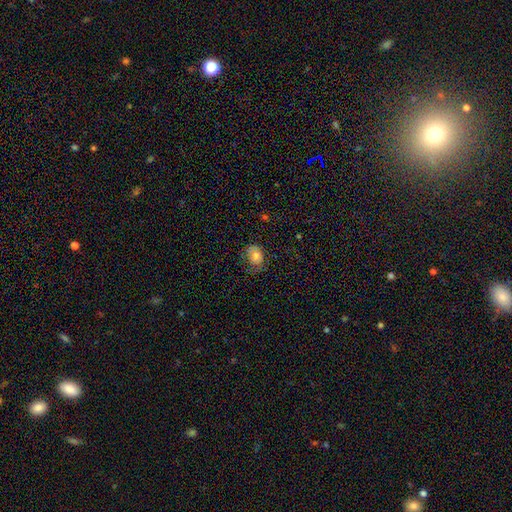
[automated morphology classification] Q: Smooth or featured?
A: smooth (65%); runner-up: featured or disk (26%)
Q: How rounded?
A: in between (59%); runner-up: round (40%)
Q: Merging?
A: none (54%); runner-up: minor disturbance (26%)